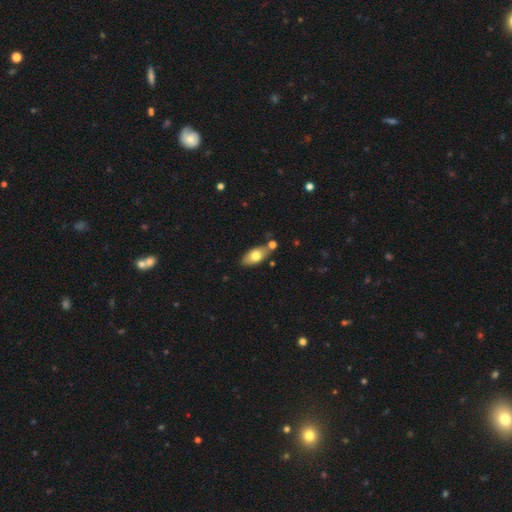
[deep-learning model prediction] The model was most divided on "smooth or featured": smooth: 70%, featured or disk: 23%, star or artifact: 7%. More confident: how rounded — in between (89%); merging — none (68%).